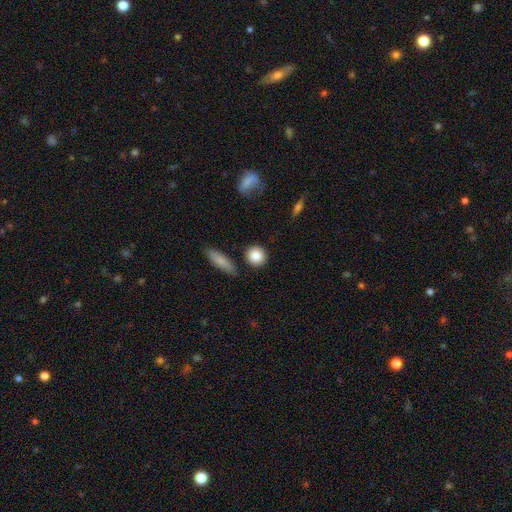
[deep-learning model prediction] smooth 85%, featured or disk 8%, star or artifact 8%. Down the decision tree: how rounded — round (86%); merging — none (86%).